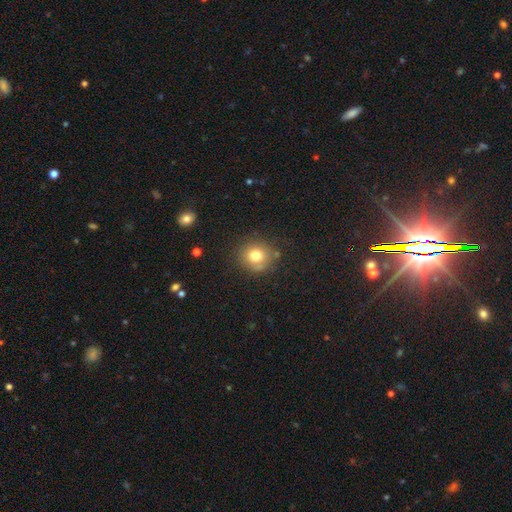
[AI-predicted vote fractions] Smooth or featured? smooth (76%)
How rounded? round (86%)
Merging? none (79%)